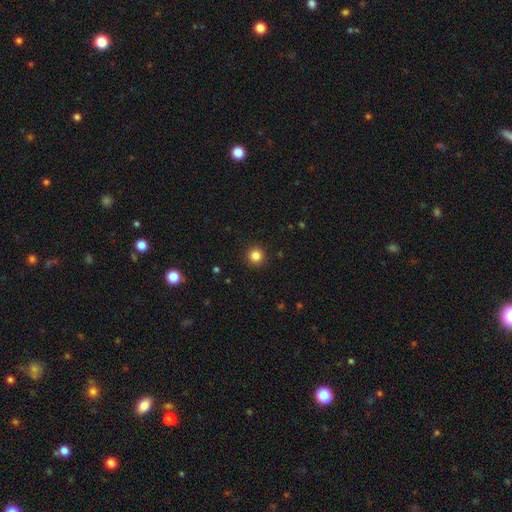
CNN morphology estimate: A smooth galaxy with no disk features (84%) that is round (96%).

Vote fractions:
- Smooth or featured? smooth: 84% / star or artifact: 12% / featured or disk: 4%
- How rounded? round: 96% / in between: 4% / cigar-shaped: 1%
- Merging? none: 93% / minor disturbance: 5% / major disturbance: 2% / merger: 1%